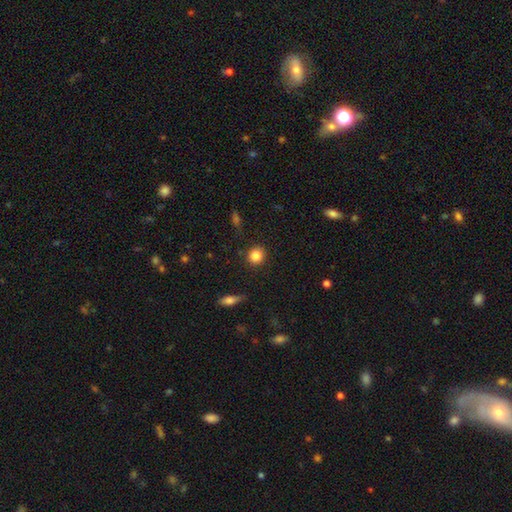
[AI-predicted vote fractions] A smooth galaxy with no disk features (85%) that is round (88%).

Vote fractions:
- Smooth or featured? smooth: 85% / star or artifact: 9% / featured or disk: 6%
- How rounded? round: 88% / in between: 11% / cigar-shaped: 1%
- Merging? none: 90% / minor disturbance: 7% / major disturbance: 2% / merger: 1%